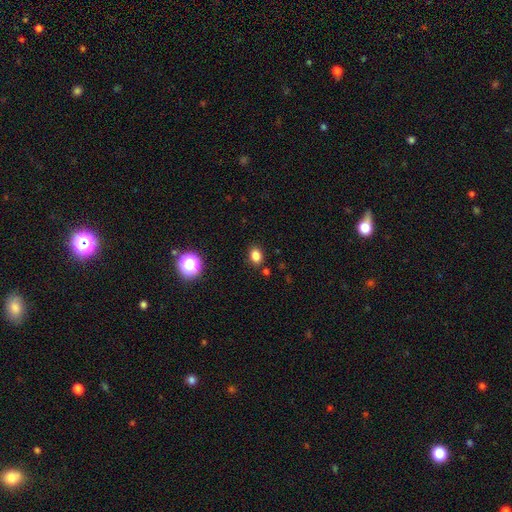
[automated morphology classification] This appears to be a smooth galaxy with no disk features (82%) that is in between round and cigar-shaped (60%). Merging: none (86%).